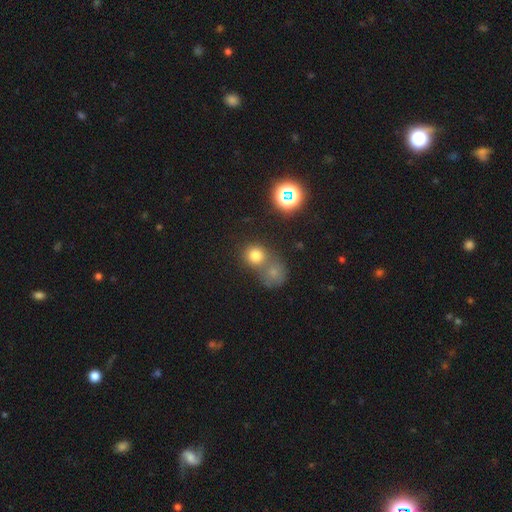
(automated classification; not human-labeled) smooth-or-featured: smooth: 73% | star or artifact: 18% | featured or disk: 9%
  how-rounded: round: 83% | in between: 16% | cigar-shaped: 1%
  merging: none: 44% (tied) | merger: 44% (tied) | minor disturbance: 8% | major disturbance: 4%